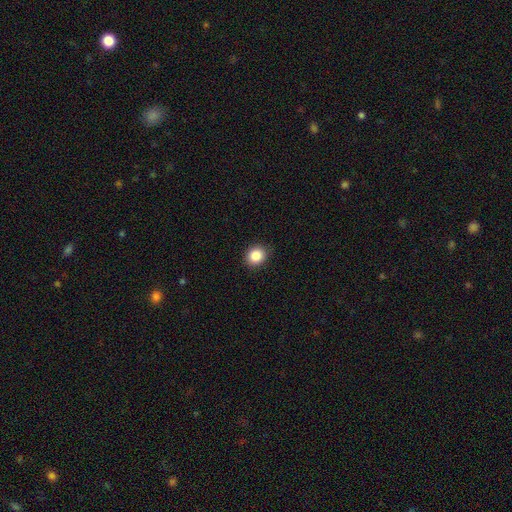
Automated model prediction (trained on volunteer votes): smooth-or-featured: smooth: 86% | star or artifact: 10% | featured or disk: 4%
  how-rounded: round: 74% | in between: 25% | cigar-shaped: 1%
  merging: none: 89% | minor disturbance: 8% | major disturbance: 2% | merger: 1%